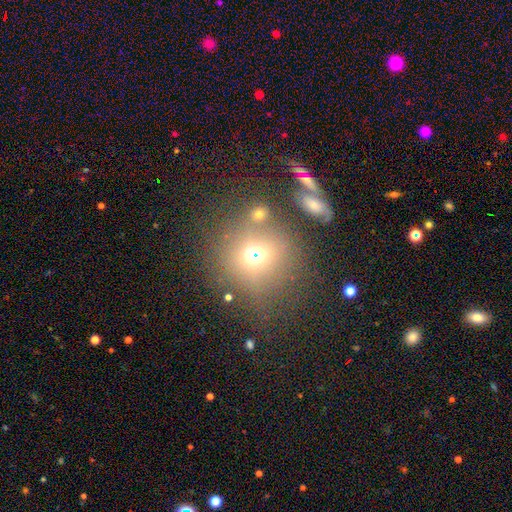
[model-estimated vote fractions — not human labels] Overall: smooth (60%; star or artifact 23%). How rounded: round (86%). Merging: none (58%; merger 22%).